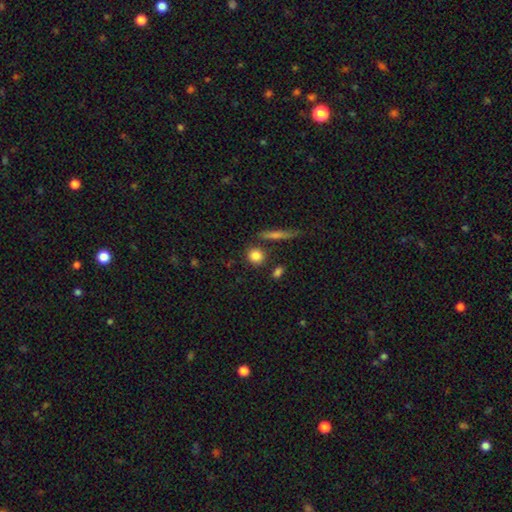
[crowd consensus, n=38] A smooth galaxy with no disk features (84%) that is round (81%).

Vote fractions:
- Smooth or featured? smooth: 84% / featured or disk: 11% / star or artifact: 5%
- How rounded? round: 81% / in between: 16% / cigar-shaped: 3%
- Merging? none: 92% / minor disturbance: 6% / major disturbance: 3% / merger: 0%